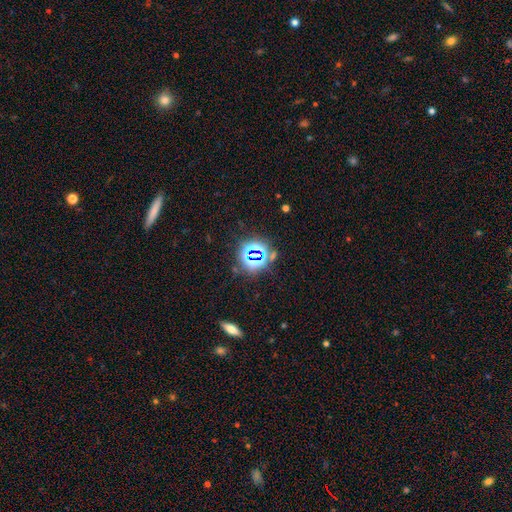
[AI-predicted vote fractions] Smooth or featured: star or artifact — 74% (smooth — 16%)